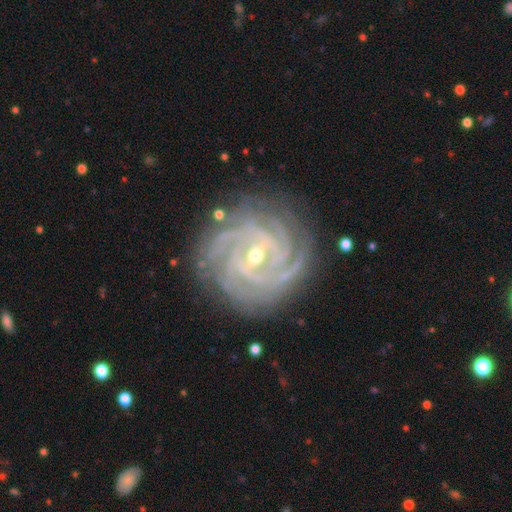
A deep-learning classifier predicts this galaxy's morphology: Q: Smooth or featured?
A: featured or disk (93%); runner-up: star or artifact (4%)
Q: Edge-on disk?
A: no (98%); runner-up: yes (2%)
Q: Bar?
A: weak (49%); runner-up: strong (32%)
Q: Spiral arms?
A: yes (99%); runner-up: no (1%)
Q: Spiral winding?
A: tight (80%); runner-up: medium (17%)
Q: Spiral arm count?
A: 4 (36%); runner-up: more than 4 (19%)
Q: Bulge size?
A: small (52%); runner-up: moderate (45%)
Q: Merging?
A: none (83%); runner-up: minor disturbance (13%)